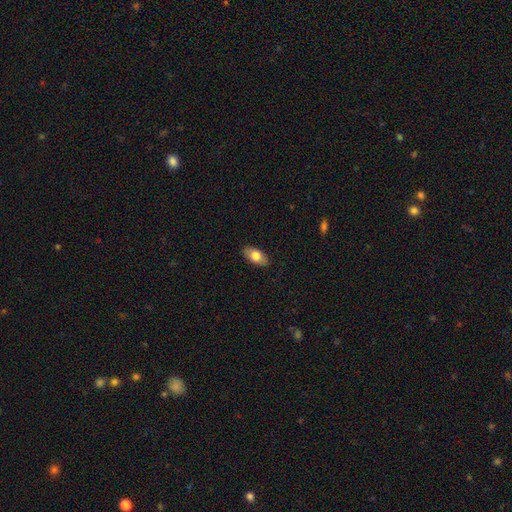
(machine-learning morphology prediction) A smooth galaxy with no disk features (77%) that is in between round and cigar-shaped (93%).

Vote fractions:
- Smooth or featured? smooth: 77% / featured or disk: 16% / star or artifact: 6%
- How rounded? in between: 93% / round: 4% / cigar-shaped: 3%
- Merging? none: 87% / minor disturbance: 10% / major disturbance: 2% / merger: 1%